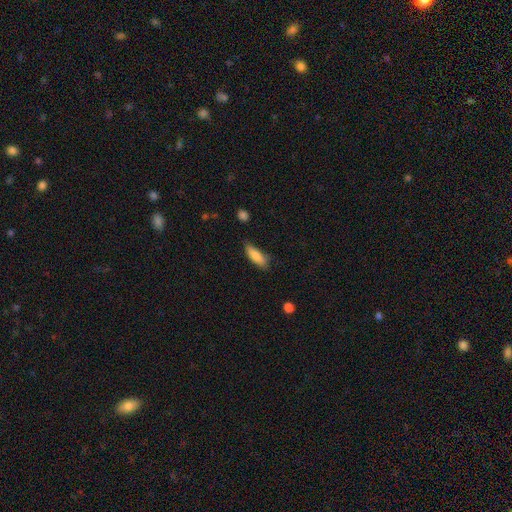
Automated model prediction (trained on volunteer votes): Smooth or featured: smooth — 84% (featured or disk — 10%)
How rounded: in between — 59% (cigar-shaped — 39%)
Merging: none — 73% (minor disturbance — 21%)